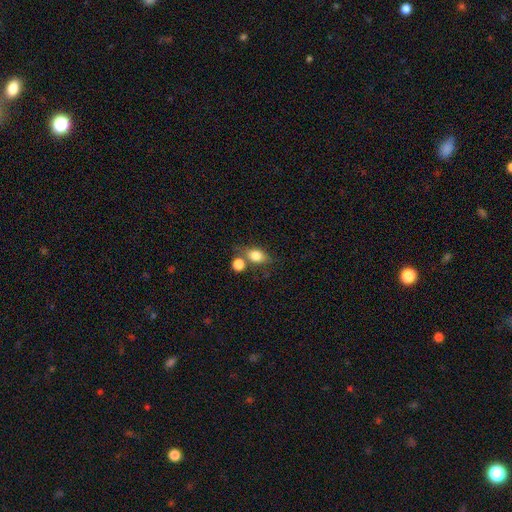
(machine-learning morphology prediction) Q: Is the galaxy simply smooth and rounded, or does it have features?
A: smooth — 80%.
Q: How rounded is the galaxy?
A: in between — 67%.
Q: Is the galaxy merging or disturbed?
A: none — 52%.